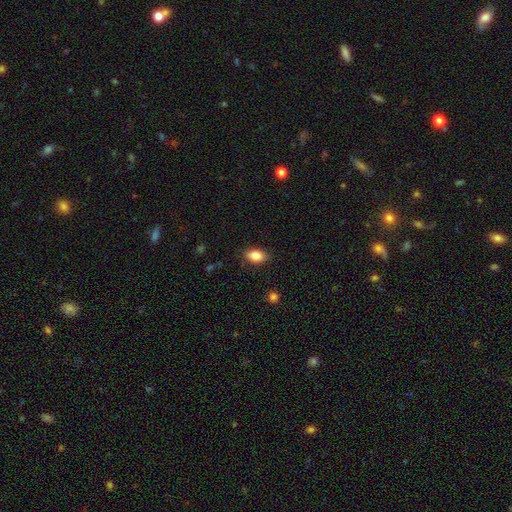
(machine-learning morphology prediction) Smooth or featured?
  - smooth: 84% *
  - featured or disk: 8%
  - star or artifact: 8%
How rounded?
  - in between: 89% *
  - round: 9%
  - cigar-shaped: 2%
Merging?
  - none: 86% *
  - minor disturbance: 11%
  - major disturbance: 2%
  - merger: 1%